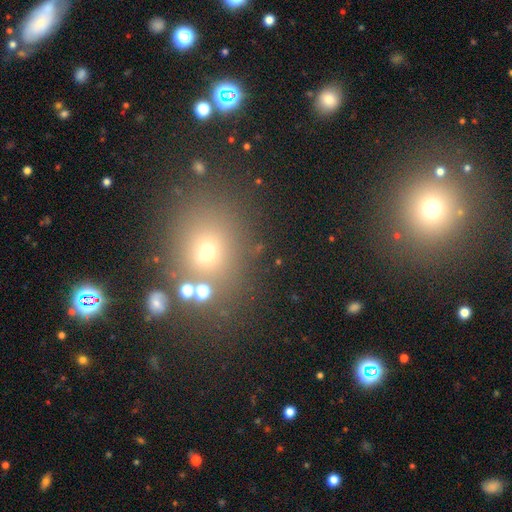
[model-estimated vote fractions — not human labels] Smooth or featured? Predicted: smooth (p=0.52). How rounded? Predicted: round (p=0.67). Merging? Predicted: none (p=0.77).